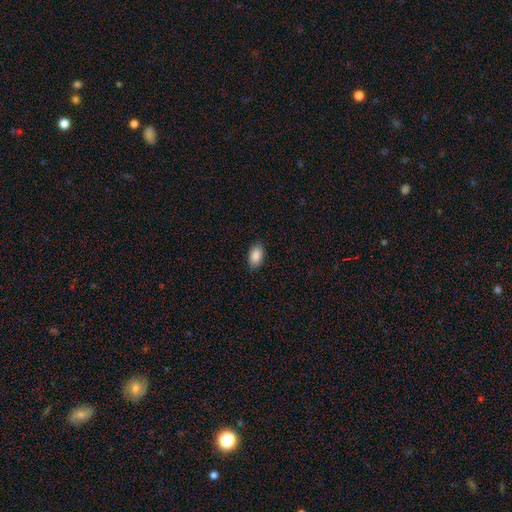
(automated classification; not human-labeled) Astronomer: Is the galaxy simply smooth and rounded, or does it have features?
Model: smooth — 89%.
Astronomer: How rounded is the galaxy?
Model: in between — 92%.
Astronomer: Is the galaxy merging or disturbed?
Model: none — 86%.